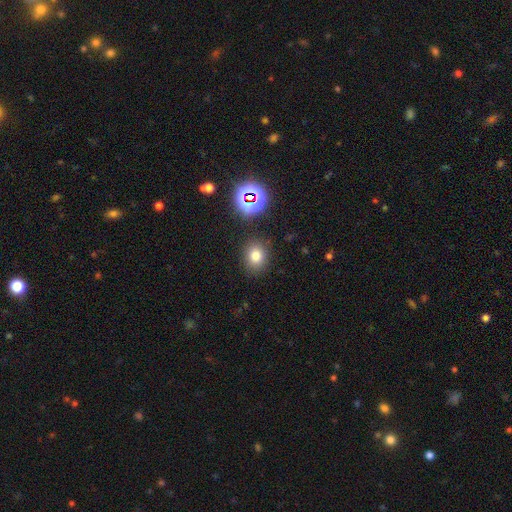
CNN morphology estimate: Smooth or featured: smooth — 75% (star or artifact — 17%)
How rounded: round — 60% (in between — 39%)
Merging: none — 84% (minor disturbance — 10%)